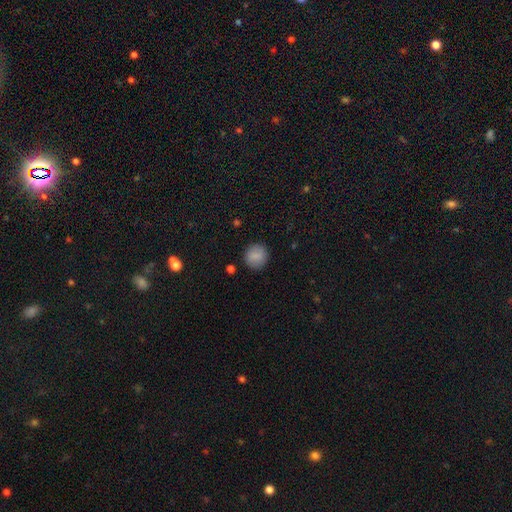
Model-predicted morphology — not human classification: A smooth galaxy with no disk features (84%) that is round (90%). Merging: none (89%).